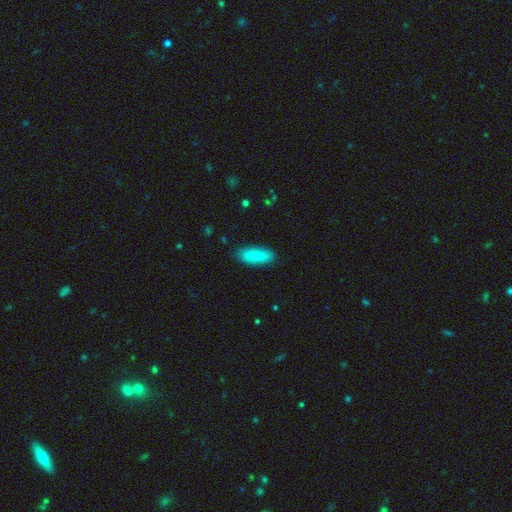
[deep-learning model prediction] Overall: smooth (85%). How rounded: in between (70%). Merging: none (82%).